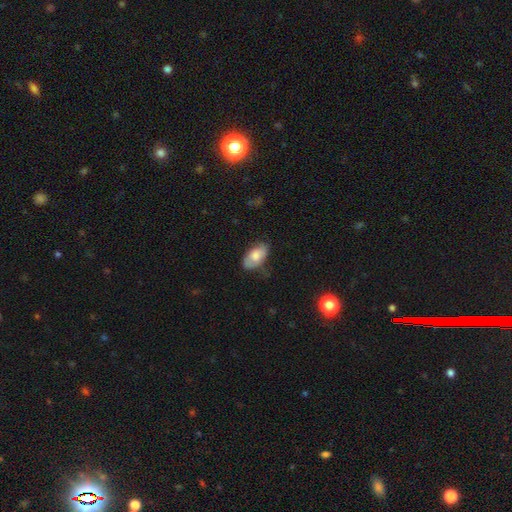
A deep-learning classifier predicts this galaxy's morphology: Overall: smooth (73%). How rounded: in between (94%). Merging: none (69%).